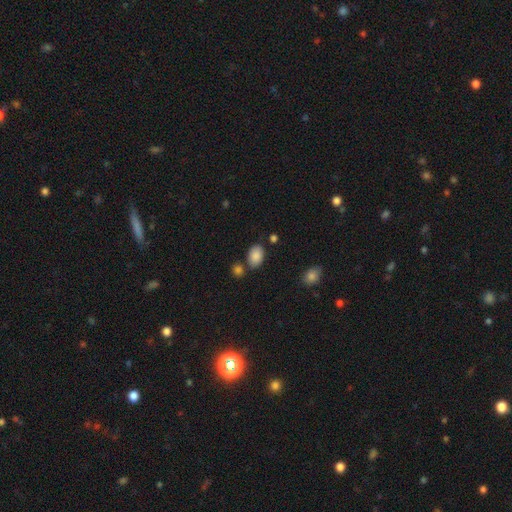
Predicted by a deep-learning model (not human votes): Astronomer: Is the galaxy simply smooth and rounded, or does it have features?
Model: smooth — 87%.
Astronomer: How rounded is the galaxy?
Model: in between — 87%.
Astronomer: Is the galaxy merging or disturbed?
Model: none — 72%.